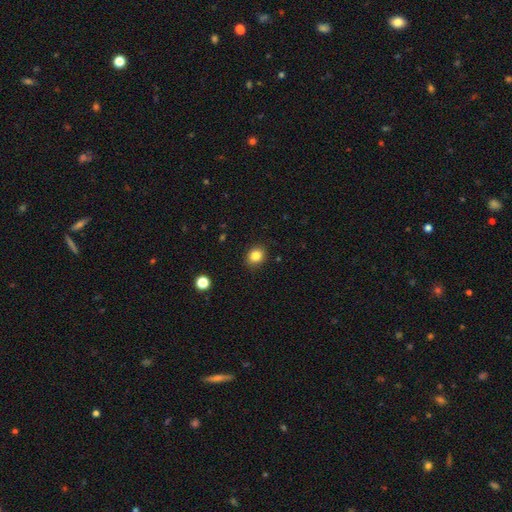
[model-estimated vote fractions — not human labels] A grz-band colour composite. It shows a smooth galaxy with no disk features (84%) that is round (65%). Merging: none (88%).